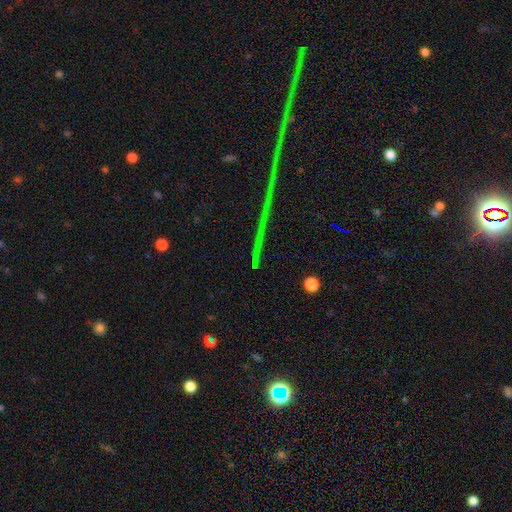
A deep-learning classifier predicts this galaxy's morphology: Overall: star or artifact (76%).